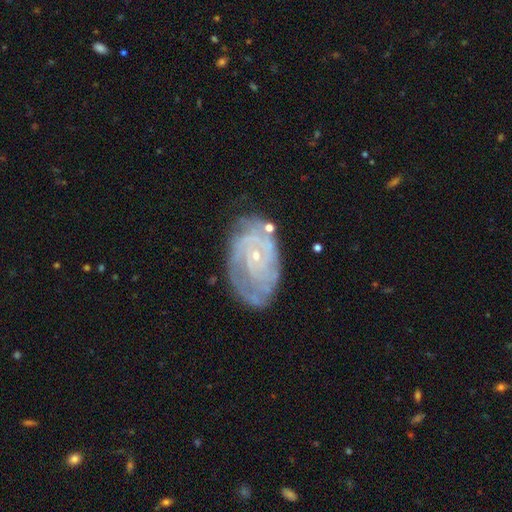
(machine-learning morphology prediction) A featured or disk galaxy (84%) with no bar (71%), tight (69%) spiral arms (94%) and a small central bulge (84%). Merging: none (63%).